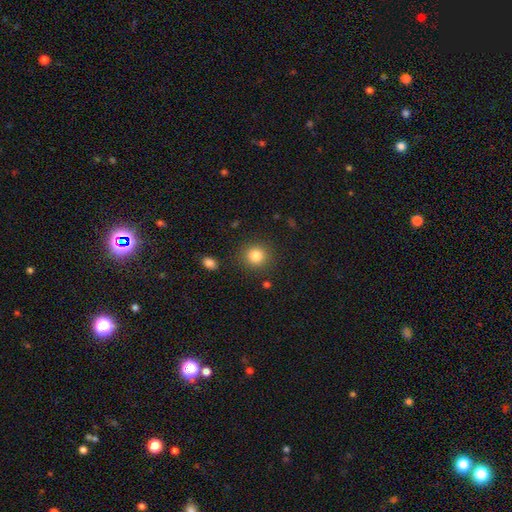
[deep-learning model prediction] A smooth galaxy with no disk features (84%) that is round (89%). Merging: none (88%).